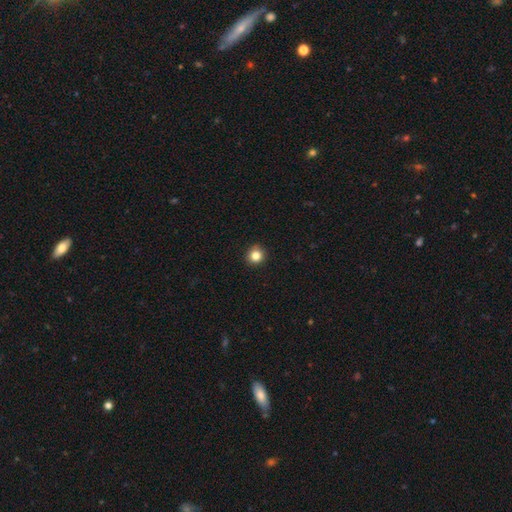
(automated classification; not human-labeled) The model was most divided on "smooth or featured": smooth: 83%, star or artifact: 12%, featured or disk: 5%. More confident: how rounded — round (92%); merging — none (90%).